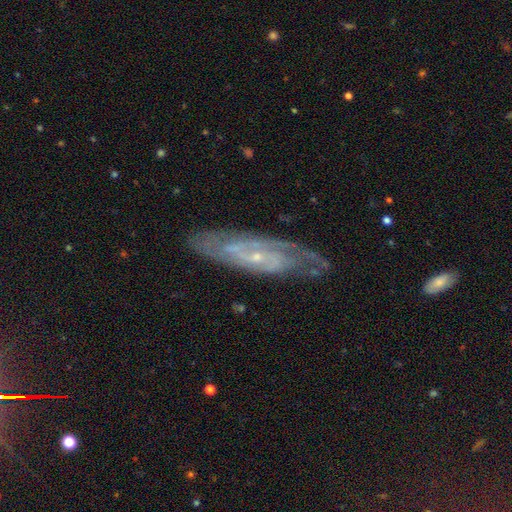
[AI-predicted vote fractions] Q: Smooth or featured?
A: featured or disk (85%); runner-up: smooth (9%)
Q: Edge-on disk?
A: no (82%); runner-up: yes (18%)
Q: Bar?
A: no (53%); runner-up: weak (36%)
Q: Spiral arms?
A: yes (95%); runner-up: no (5%)
Q: Spiral winding?
A: tight (59%); runner-up: medium (33%)
Q: Spiral arm count?
A: 2 (40%); runner-up: can't tell (33%)
Q: Bulge size?
A: small (82%); runner-up: moderate (13%)
Q: Merging?
A: none (76%); runner-up: minor disturbance (17%)